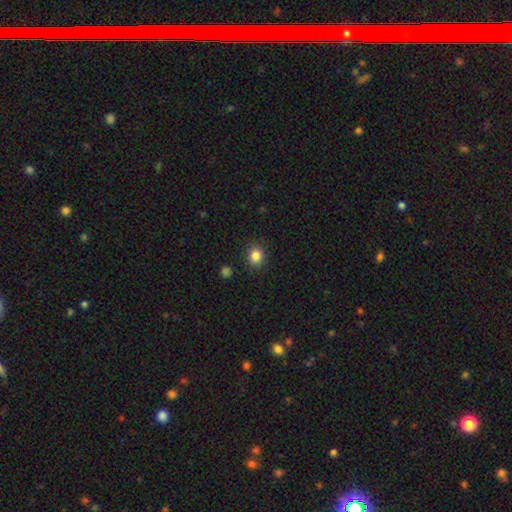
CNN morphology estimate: Smooth or featured? smooth (85%)
How rounded? round (76%)
Merging? none (89%)